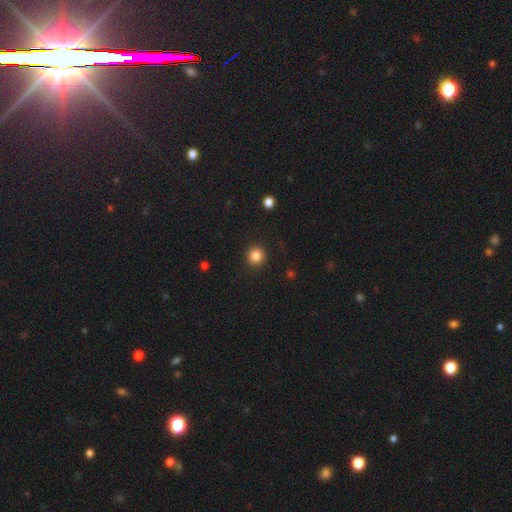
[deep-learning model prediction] This is clearly a smooth galaxy (84%). How rounded: clearly round (94%). Merging: clearly none (91%).